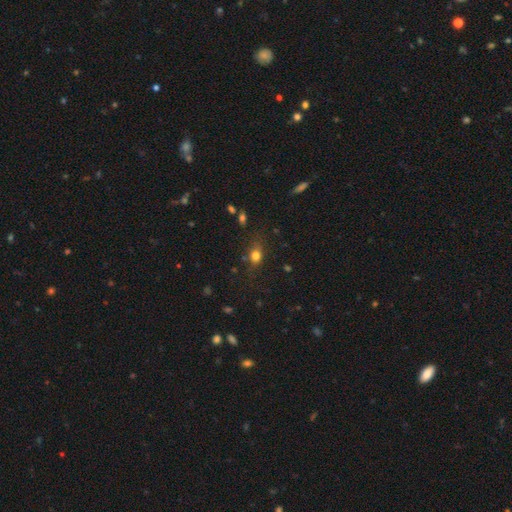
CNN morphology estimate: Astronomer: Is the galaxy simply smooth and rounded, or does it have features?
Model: smooth — 75%.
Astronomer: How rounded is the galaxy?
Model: in between — 50% (runner-up: round, 45%).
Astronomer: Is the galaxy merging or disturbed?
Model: none — 69%.